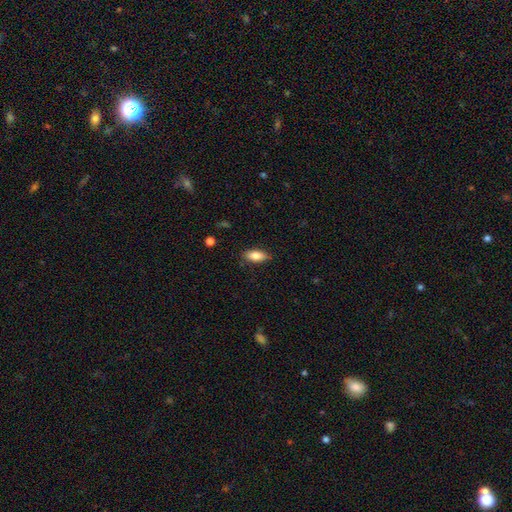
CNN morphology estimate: This is clearly a smooth galaxy (82%). How rounded: clearly in between (83%). Merging: clearly none (84%).